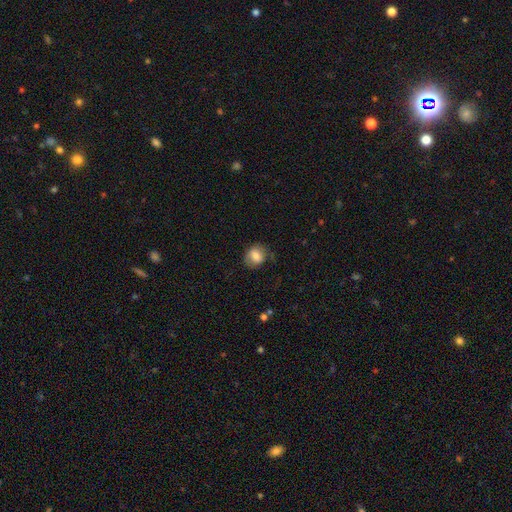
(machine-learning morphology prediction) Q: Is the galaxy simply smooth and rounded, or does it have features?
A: smooth — 76%.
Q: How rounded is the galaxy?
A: round — 58%.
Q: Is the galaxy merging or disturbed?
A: none — 65%.